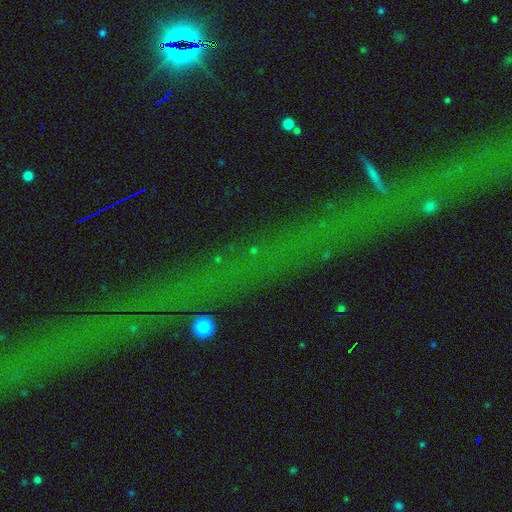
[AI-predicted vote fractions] This appears to be a star or artifact, not a galaxy (74%).